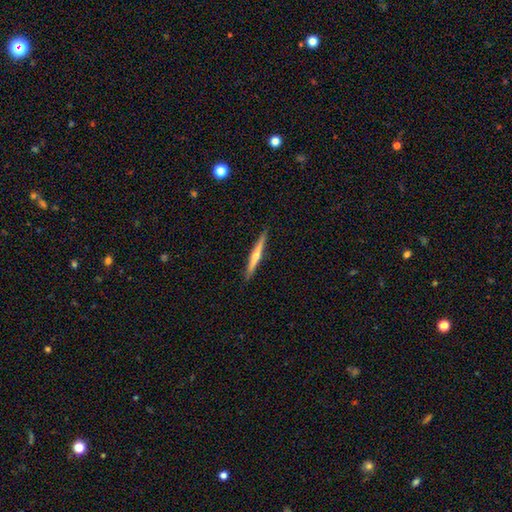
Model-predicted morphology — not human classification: Smooth or featured? Predicted: featured or disk (p=0.65). Edge-on disk? Predicted: yes (p=0.97). Edge-on bulge? Predicted: rounded (p=0.80). Merging? Predicted: none (p=0.91).